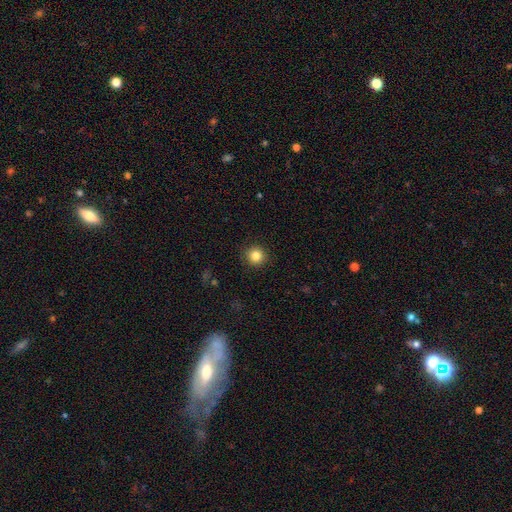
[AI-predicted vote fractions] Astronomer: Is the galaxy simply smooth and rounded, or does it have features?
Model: smooth — 84%.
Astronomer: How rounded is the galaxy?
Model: round — 94%.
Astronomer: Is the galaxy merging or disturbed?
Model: none — 91%.